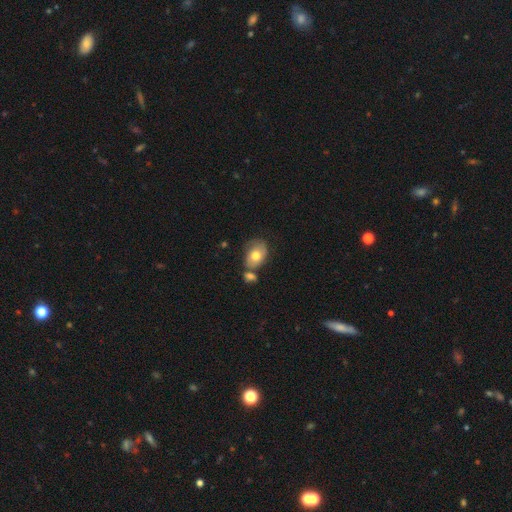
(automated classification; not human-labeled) This is likely a smooth galaxy (68%). How rounded: likely in between (72%). Merging: marginally none (44%).